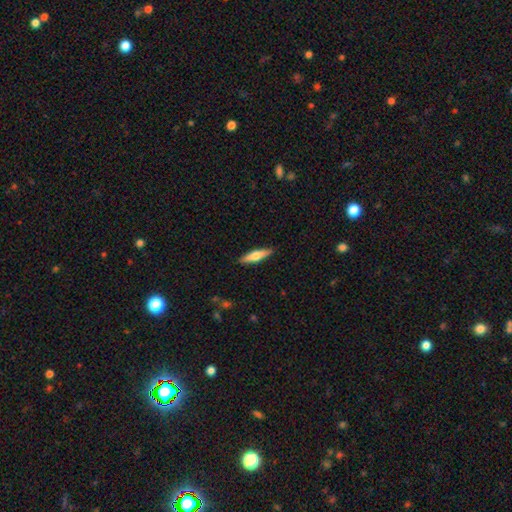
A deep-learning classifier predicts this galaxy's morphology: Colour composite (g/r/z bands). It shows a smooth galaxy with no disk features (56%) that is cigar-shaped (77%). Merging: none (90%).